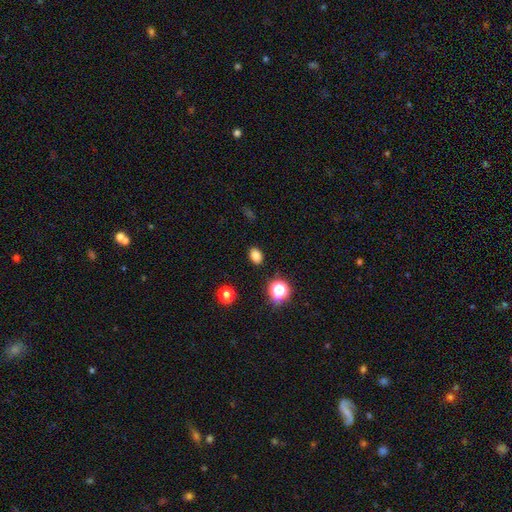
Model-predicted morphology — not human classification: smooth_or_featured: smooth (p=0.81) [alt: star or artifact p=0.14]
how_rounded: in between (p=0.70) [alt: round p=0.29]
merging: none (p=0.88) [alt: minor disturbance p=0.08]